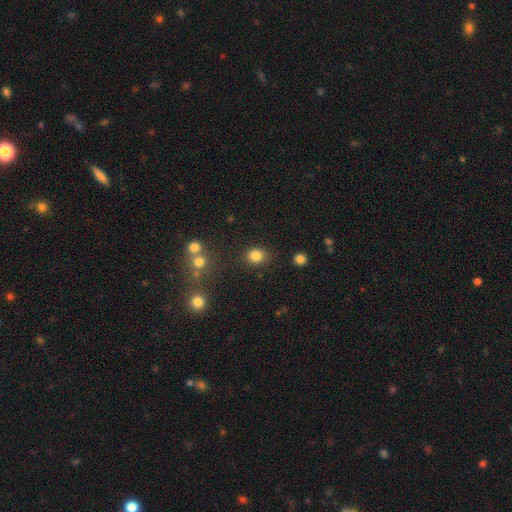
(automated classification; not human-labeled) This is clearly a smooth galaxy (83%). How rounded: likely round (71%). Merging: clearly none (83%).